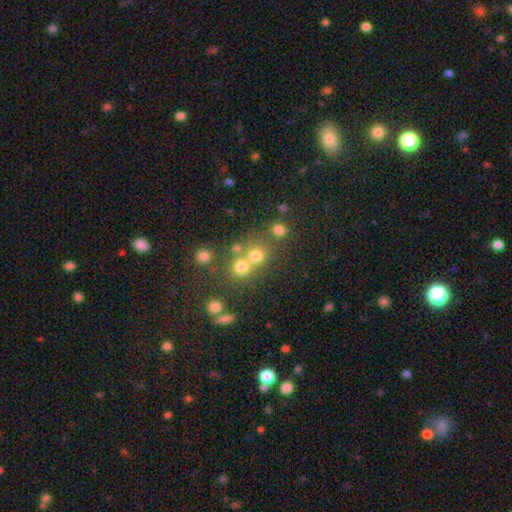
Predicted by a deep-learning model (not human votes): smooth 71%, star or artifact 18%, featured or disk 11%. Down the decision tree: how rounded — round (86%); merging — none (52%).